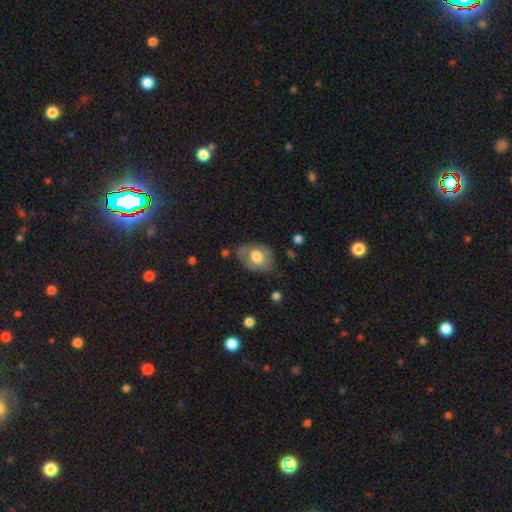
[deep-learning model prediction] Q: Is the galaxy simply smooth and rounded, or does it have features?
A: smooth — 55%.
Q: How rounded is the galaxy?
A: in between — 78%.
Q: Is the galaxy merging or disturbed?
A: none — 67%.